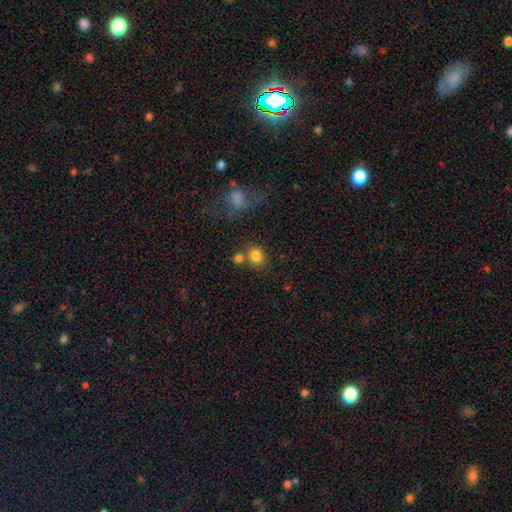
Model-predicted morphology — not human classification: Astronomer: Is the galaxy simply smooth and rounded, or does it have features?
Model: smooth — 82%.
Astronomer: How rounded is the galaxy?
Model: round — 75%.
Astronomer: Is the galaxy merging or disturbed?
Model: none — 64%.